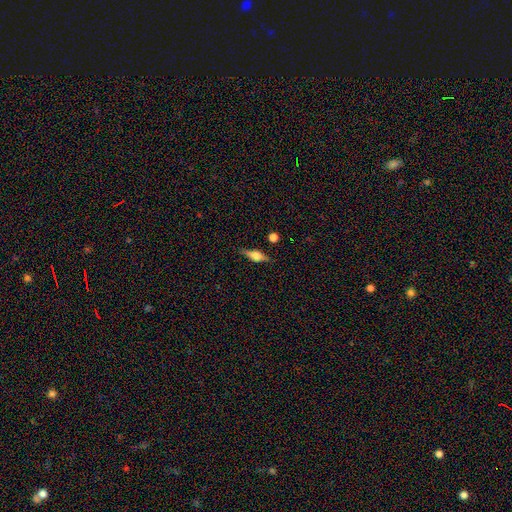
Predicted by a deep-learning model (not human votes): Morphology: type=featured or disk (55%); edge-on=yes (94%); edge-on bulge=rounded (83%); merging=none (80%).